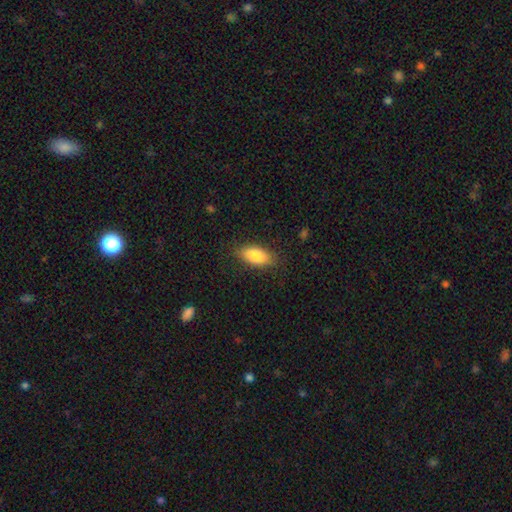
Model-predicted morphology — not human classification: A smooth galaxy with no disk features (84%) that is in between round and cigar-shaped (87%). Merging: none (84%).